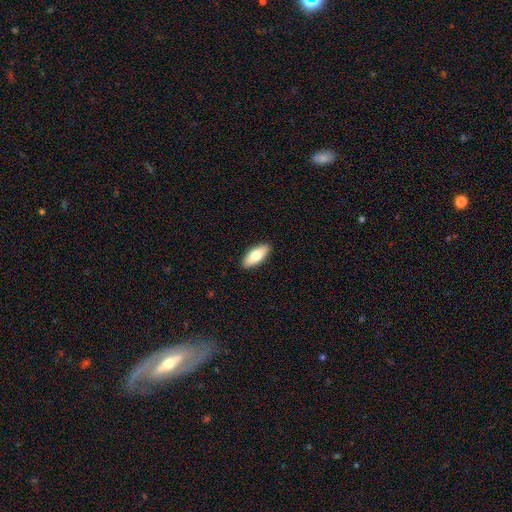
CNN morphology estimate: This is likely a smooth galaxy (75%). How rounded: clearly in between (80%). Merging: clearly none (90%).